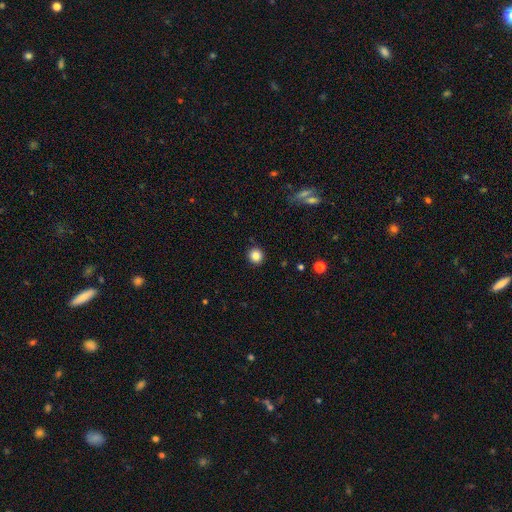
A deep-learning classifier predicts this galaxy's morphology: A smooth galaxy with no disk features (84%) that is round (91%).

Vote fractions:
- Smooth or featured? smooth: 84% / star or artifact: 11% / featured or disk: 5%
- How rounded? round: 91% / in between: 8% / cigar-shaped: 1%
- Merging? none: 92% / minor disturbance: 6% / major disturbance: 2% / merger: 1%